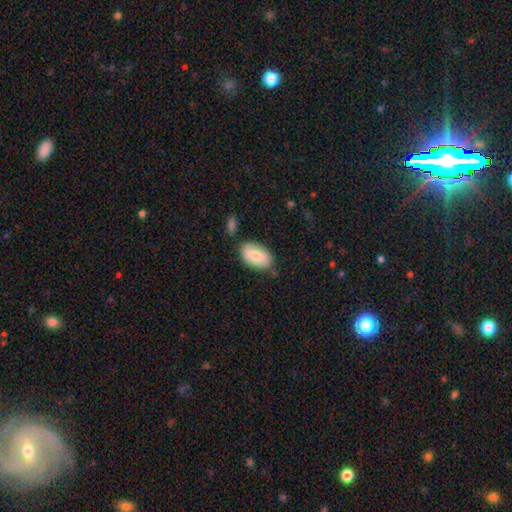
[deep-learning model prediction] This is likely a smooth galaxy (77%). How rounded: clearly in between (93%). Merging: likely none (71%).